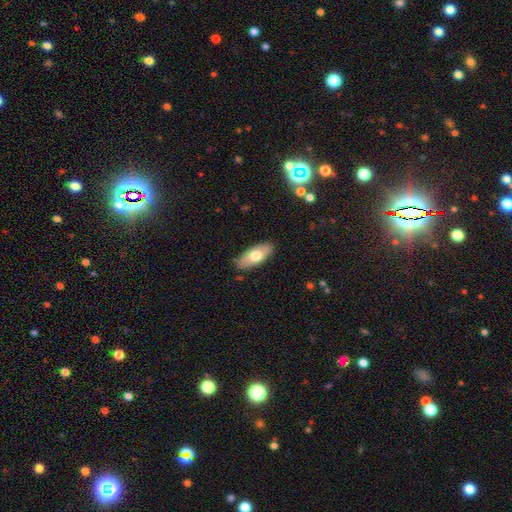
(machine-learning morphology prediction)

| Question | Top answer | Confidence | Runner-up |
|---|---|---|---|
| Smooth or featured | smooth | 68% | featured or disk (26%) |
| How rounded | in between | 88% | cigar-shaped (10%) |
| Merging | none | 86% | minor disturbance (11%) |